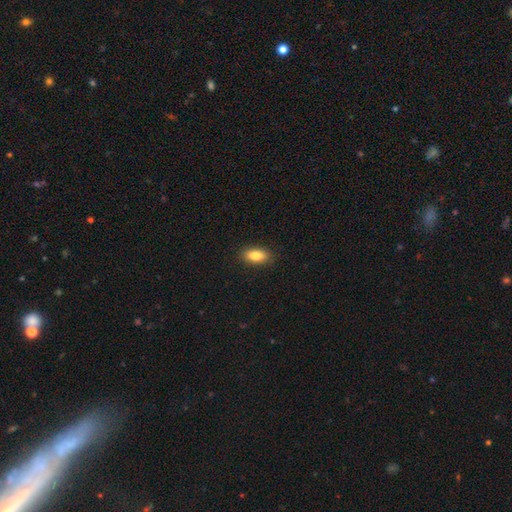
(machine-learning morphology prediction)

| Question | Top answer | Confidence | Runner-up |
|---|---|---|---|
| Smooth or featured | smooth | 84% | featured or disk (8%) |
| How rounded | in between | 89% | cigar-shaped (6%) |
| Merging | none | 89% | minor disturbance (8%) |